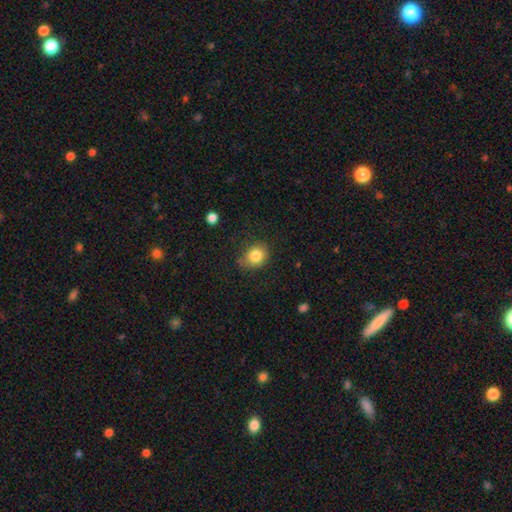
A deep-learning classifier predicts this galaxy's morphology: Q: Smooth or featured?
A: smooth (83%); runner-up: star or artifact (10%)
Q: How rounded?
A: round (55%); runner-up: in between (44%)
Q: Merging?
A: none (75%); runner-up: minor disturbance (18%)